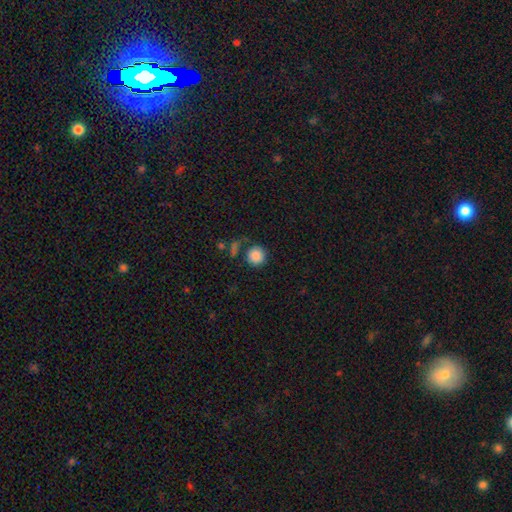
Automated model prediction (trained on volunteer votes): Morphology: type=smooth (87%); roundness=round (93%); merging=none (73%).